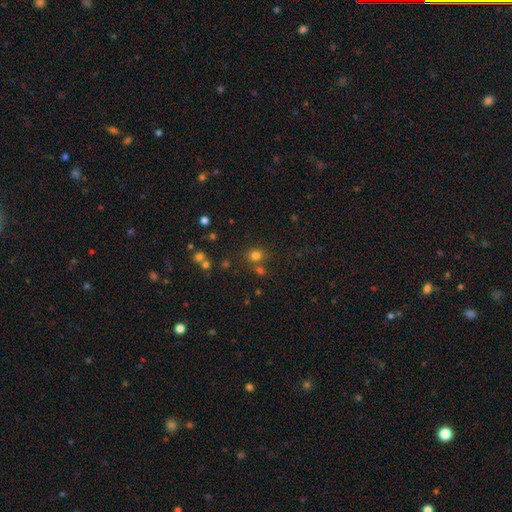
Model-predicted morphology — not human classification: Smooth or featured: smooth — 75% (star or artifact — 18%)
How rounded: round — 73% (in between — 26%)
Merging: none — 68% (merger — 17%)